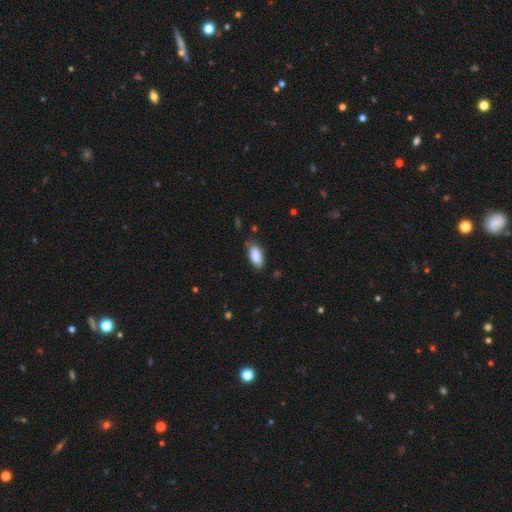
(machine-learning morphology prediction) This appears to be a smooth galaxy with no disk features (88%) that is in between round and cigar-shaped (87%). Merging: none (75%).